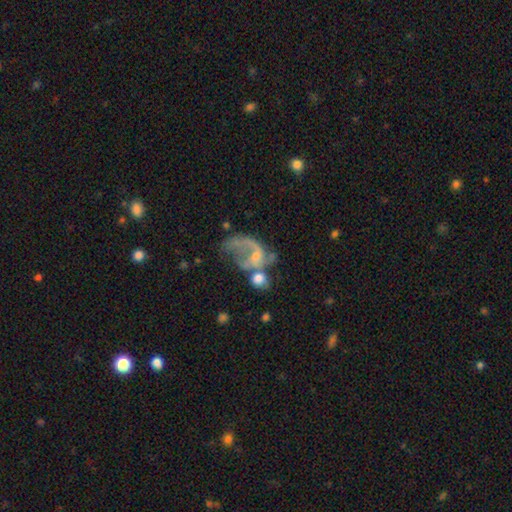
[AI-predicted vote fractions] Smooth or featured?
  - featured or disk: 65% *
  - smooth: 23%
  - star or artifact: 12%
Edge-on disk?
  - no: 97% *
  - yes: 3%
Bar?
  - no: 65% *
  - weak: 28%
  - strong: 7%
Spiral arms?
  - yes: 67% *
  - no: 33%
Bulge size?
  - small: 50% *
  - none: 27%
  - moderate: 19%
  - large: 2%
  - dominant: 1%
Merging?
  - major disturbance: 40% *
  - merger: 25%
  - none: 21%
  - minor disturbance: 14%